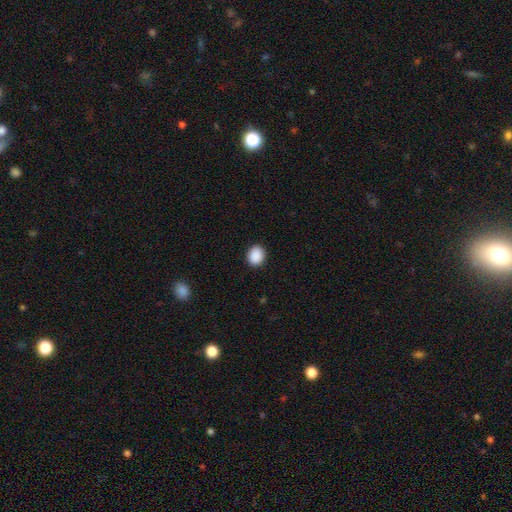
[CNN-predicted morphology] A smooth galaxy with no disk features (90%) that is round (50%).

Vote fractions:
- Smooth or featured? smooth: 90% / star or artifact: 8% / featured or disk: 2%
- How rounded? round: 50% / in between: 49% / cigar-shaped: 1%
- Merging? none: 91% / minor disturbance: 7% / major disturbance: 2% / merger: 1%